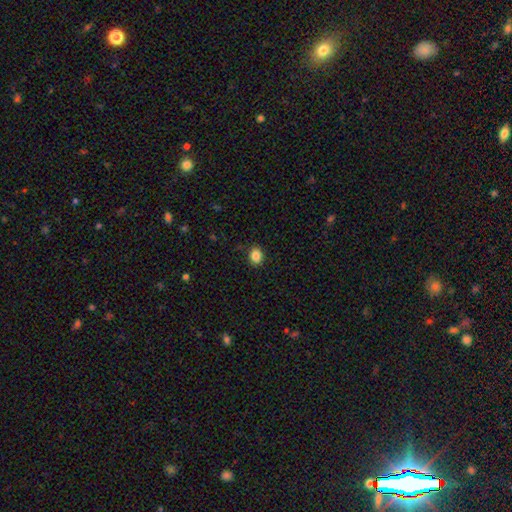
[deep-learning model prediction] This appears to be a smooth galaxy with no disk features (86%) that is in between round and cigar-shaped (51%). Merging: none (89%).